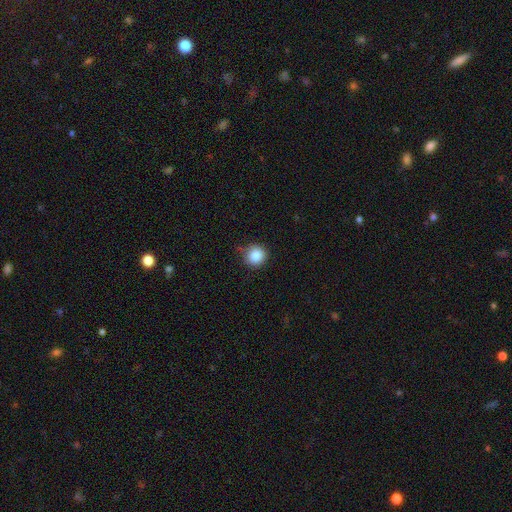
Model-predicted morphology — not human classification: type=smooth (86%); roundness=round (92%); merging=none (77%).